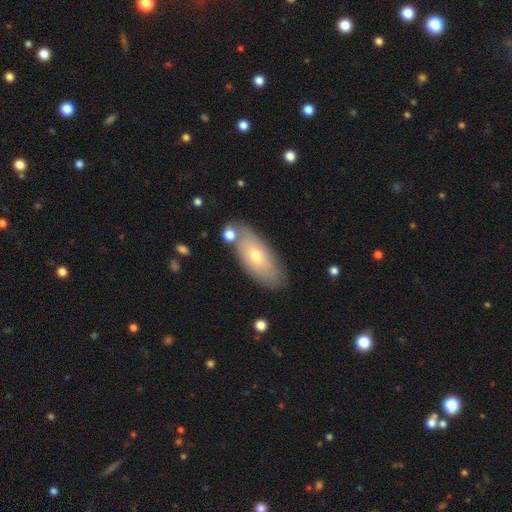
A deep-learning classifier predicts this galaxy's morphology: Smooth or featured? Predicted: smooth (p=0.60). How rounded? Predicted: in between (p=0.85). Merging? Predicted: none (p=0.76).